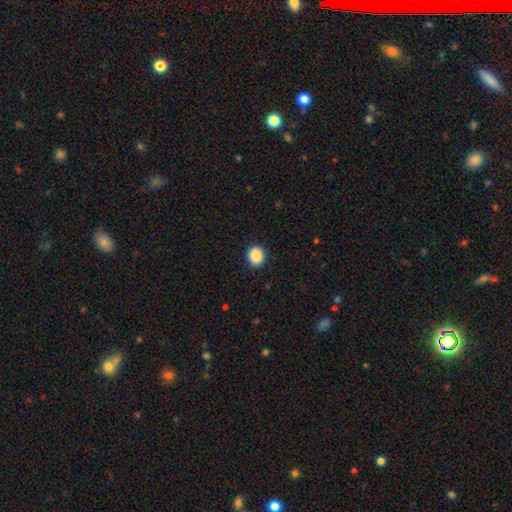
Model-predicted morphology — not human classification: Smooth or featured: smooth — 89% (star or artifact — 9%)
How rounded: round — 75% (in between — 24%)
Merging: none — 90% (minor disturbance — 7%)